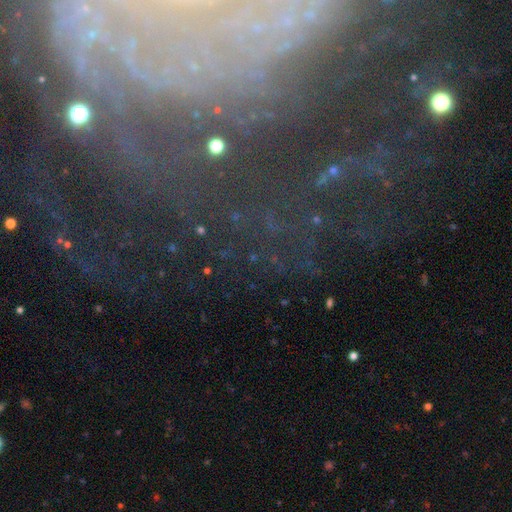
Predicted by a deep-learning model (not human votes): This is likely a featured or disk galaxy (64%). It is clearly not viewed edge-on (89%). Bar: marginally no (44%). Spiral arm pattern: clearly yes (87%). Central bulge: likely small (64%). Merging: likely none (69%).